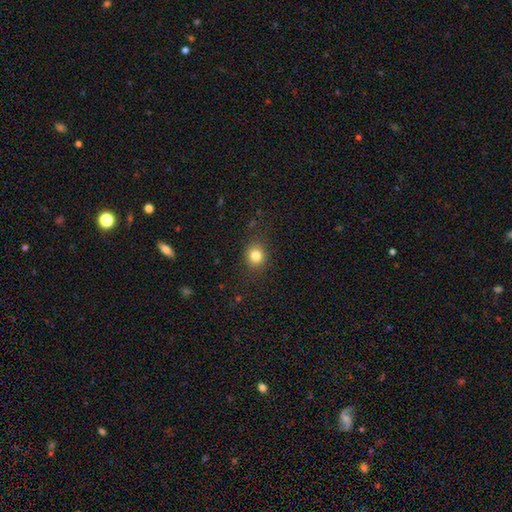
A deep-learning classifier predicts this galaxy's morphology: Smooth or featured: smooth — 81% (star or artifact — 12%)
How rounded: round — 81% (in between — 18%)
Merging: none — 86% (minor disturbance — 9%)